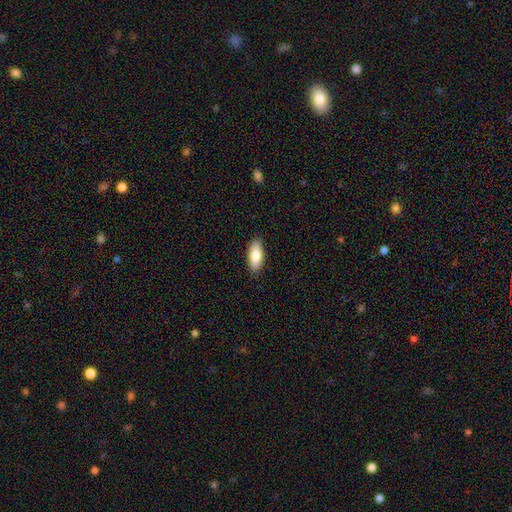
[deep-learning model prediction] Smooth or featured? Predicted: smooth (p=0.83). How rounded? Predicted: in between (p=0.82). Merging? Predicted: none (p=0.89).